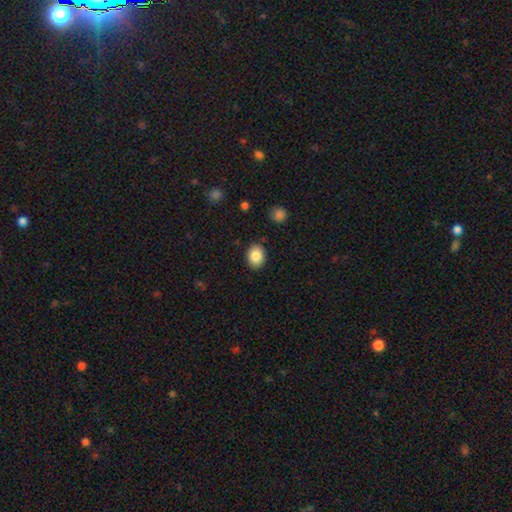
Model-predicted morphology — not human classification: Overall: smooth (86%). How rounded: in between (60%; round 39%). Merging: none (88%).